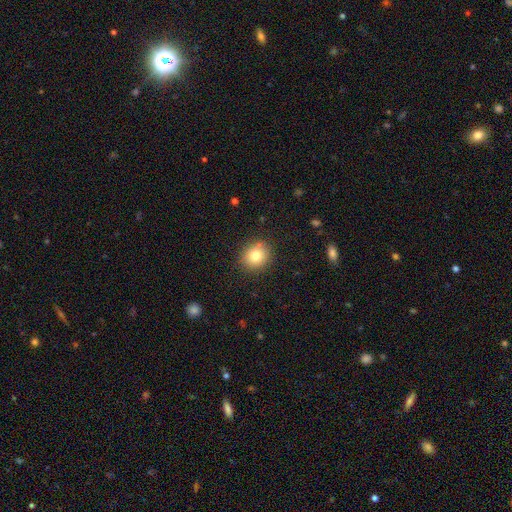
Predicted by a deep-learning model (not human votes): Smooth or featured?
  - smooth: 79% *
  - star or artifact: 11%
  - featured or disk: 10%
How rounded?
  - round: 79% *
  - in between: 20%
  - cigar-shaped: 1%
Merging?
  - none: 86% *
  - minor disturbance: 9%
  - major disturbance: 3%
  - merger: 2%